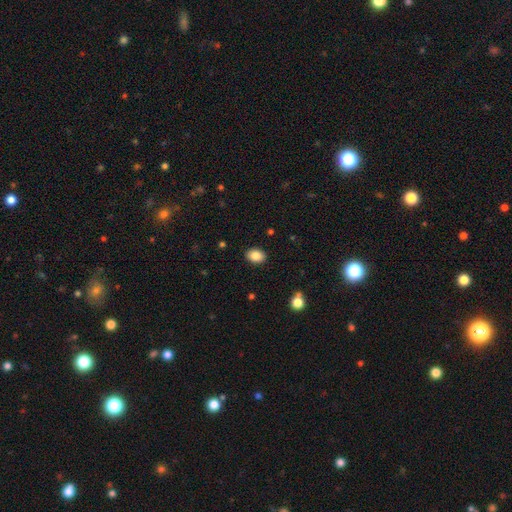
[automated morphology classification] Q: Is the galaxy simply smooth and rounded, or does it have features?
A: smooth — 86%.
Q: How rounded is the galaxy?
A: in between — 71%.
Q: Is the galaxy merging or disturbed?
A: none — 89%.